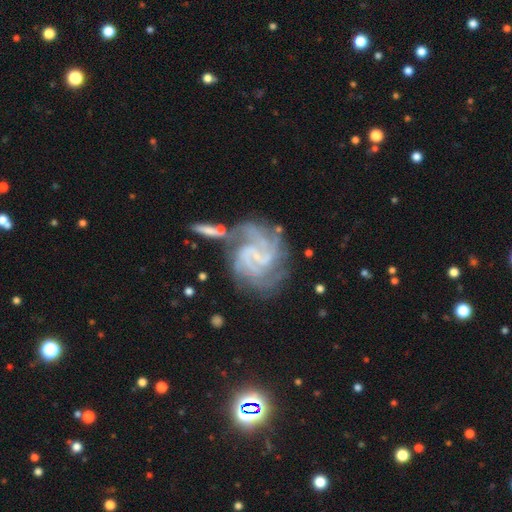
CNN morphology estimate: The model was most divided on "spiral arm count": 2: 29%, 3: 27%, can't tell: 18%, 4: 12%, more than 4: 7%, 1: 6%. Remaining: edge-on disk — no (98%); spiral arms — yes (97%); smooth or featured — featured or disk (89%); bulge size — small (63%); spiral winding — tight (49%); merging — none (48%); bar — weak (48%).